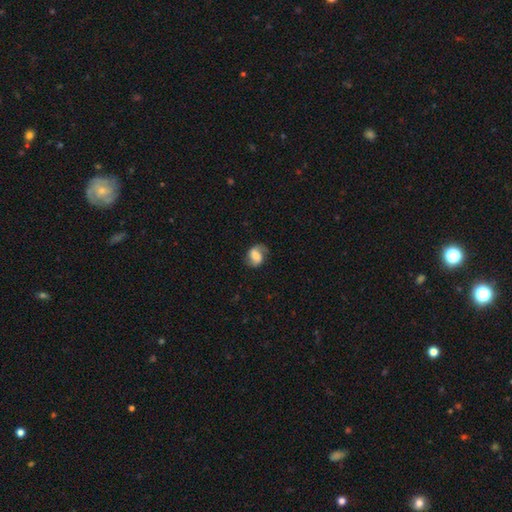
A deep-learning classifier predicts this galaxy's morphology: Smooth or featured?
  - featured or disk: 46% *
  - smooth: 45%
  - star or artifact: 9%
Merging?
  - none: 63% *
  - minor disturbance: 24%
  - major disturbance: 12%
  - merger: 1%